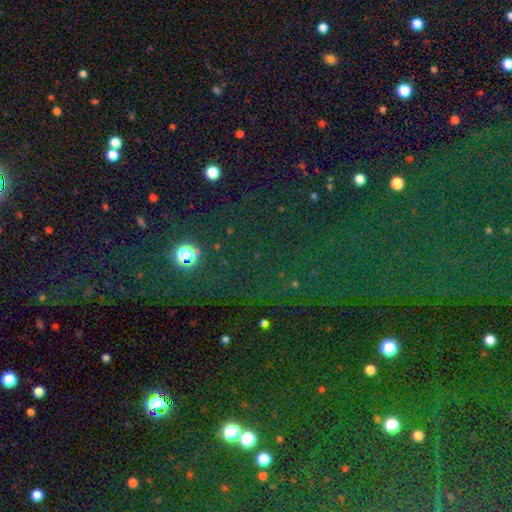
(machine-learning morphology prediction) A star or artifact, not a galaxy (75%).

Vote fractions:
- Smooth or featured? star or artifact: 75% / smooth: 16% / featured or disk: 8%